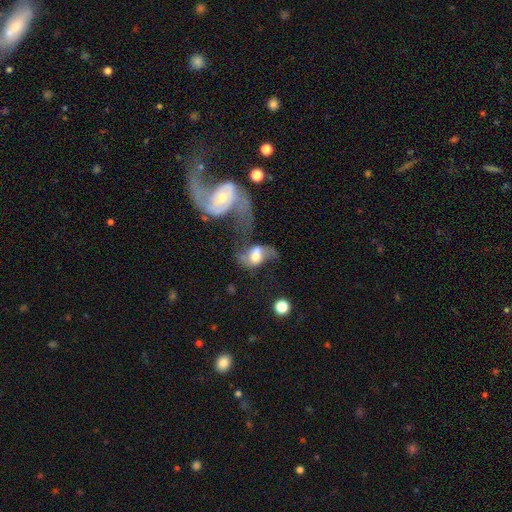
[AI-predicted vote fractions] Overall: featured or disk (58%; smooth 34%). Edge-on disk: no (95%). Bar: no (47%; weak 38%). Spiral arms: yes (76%). Bulge size: moderate (47%; large 29%). Merging: merger (49%; major disturbance 24%).